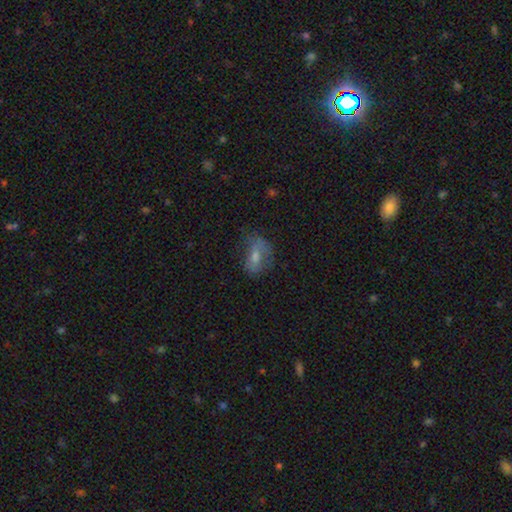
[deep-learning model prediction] Smooth or featured?
  - smooth: 59% *
  - featured or disk: 30%
  - star or artifact: 11%
How rounded?
  - in between: 81% *
  - round: 14%
  - cigar-shaped: 5%
Merging?
  - none: 46% *
  - minor disturbance: 29%
  - major disturbance: 23%
  - merger: 3%